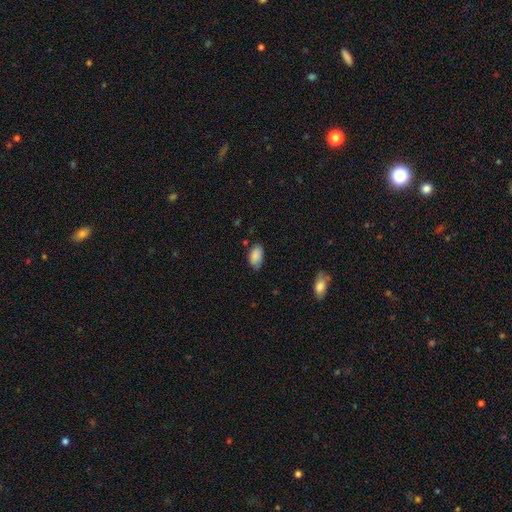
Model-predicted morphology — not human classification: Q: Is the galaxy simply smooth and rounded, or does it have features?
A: smooth — 87%.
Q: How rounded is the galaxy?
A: in between — 93%.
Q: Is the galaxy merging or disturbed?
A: none — 66%.